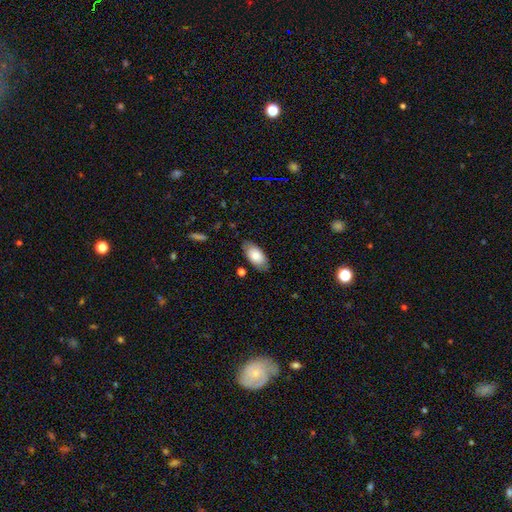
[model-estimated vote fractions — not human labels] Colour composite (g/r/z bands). It shows a smooth galaxy with no disk features (80%) that is in between round and cigar-shaped (94%). Merging: none (80%).